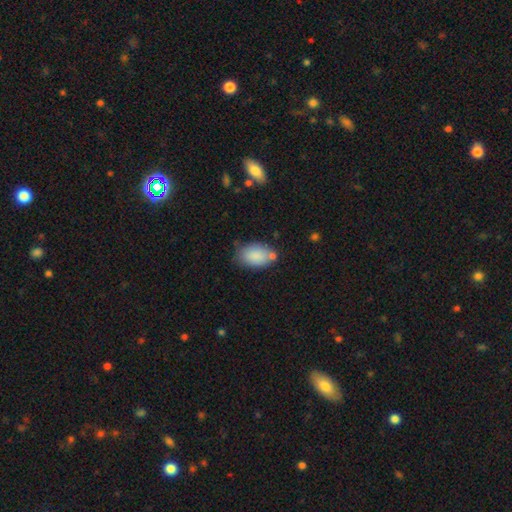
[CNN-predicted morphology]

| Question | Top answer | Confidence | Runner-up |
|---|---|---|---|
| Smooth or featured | smooth | 86% | star or artifact (7%) |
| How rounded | in between | 91% | round (8%) |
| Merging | none | 66% | minor disturbance (20%) |